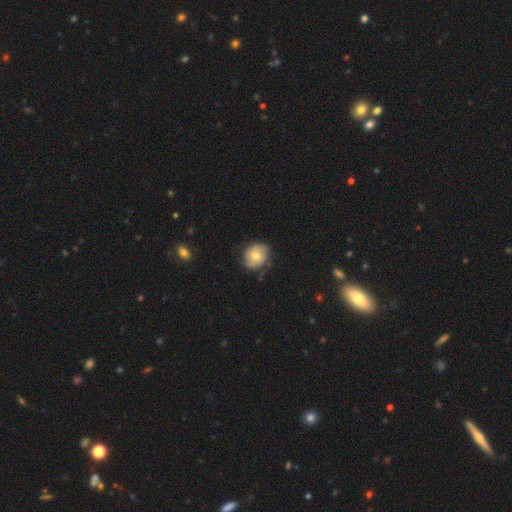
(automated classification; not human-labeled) smooth_or_featured: smooth (p=0.56) [alt: featured or disk p=0.36]
how_rounded: round (p=0.73) [alt: in between p=0.26]
merging: none (p=0.68) [alt: minor disturbance p=0.25]